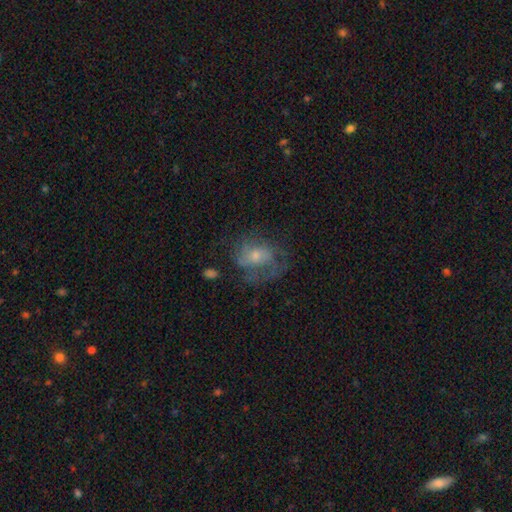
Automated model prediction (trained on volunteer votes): The model was most divided on "bulge size": small: 44%, moderate: 43%, none: 6%, large: 5%, dominant: 1%. Remaining: edge-on disk — no (96%); bar — no (67%); spiral arms — yes (66%); smooth or featured — featured or disk (56%); merging — none (47%).